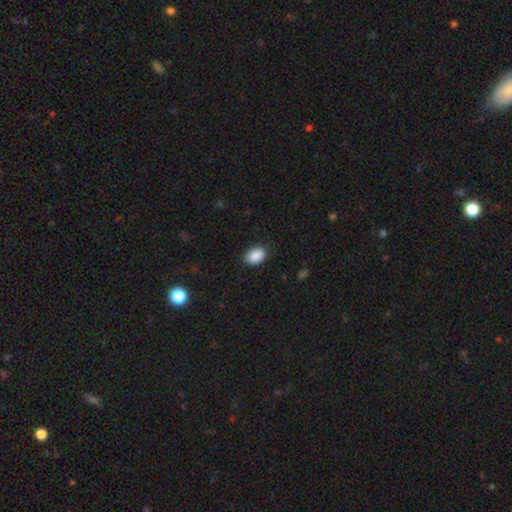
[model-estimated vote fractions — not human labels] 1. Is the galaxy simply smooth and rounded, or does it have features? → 89% smooth, 8% star or artifact, 3% featured or disk.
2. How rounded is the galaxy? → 82% in between, 17% round, 1% cigar-shaped.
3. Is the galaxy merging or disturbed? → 83% none, 13% minor disturbance, 3% major disturbance, 1% merger.